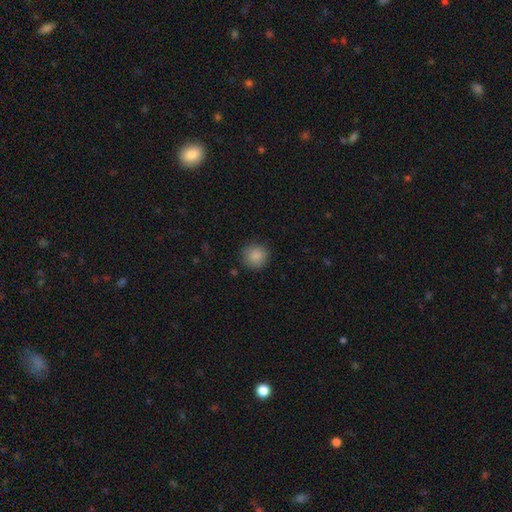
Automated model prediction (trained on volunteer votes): smooth-or-featured: smooth: 87% | star or artifact: 9% | featured or disk: 4%
  how-rounded: round: 92% | in between: 7% | cigar-shaped: 1%
  merging: none: 86% | minor disturbance: 10% | major disturbance: 3% | merger: 1%